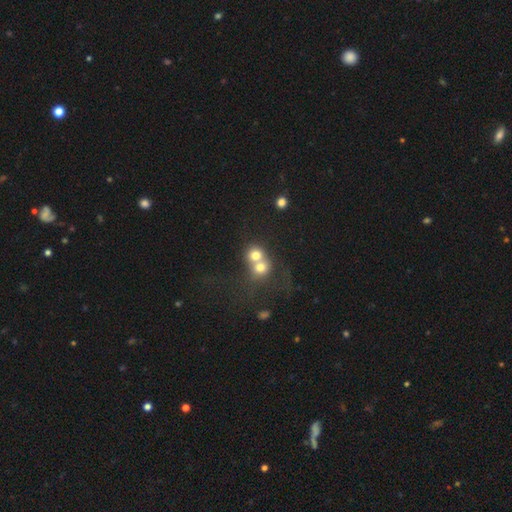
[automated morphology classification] A smooth galaxy with no disk features (69%) that is round (79%). Merging: merger (70%).